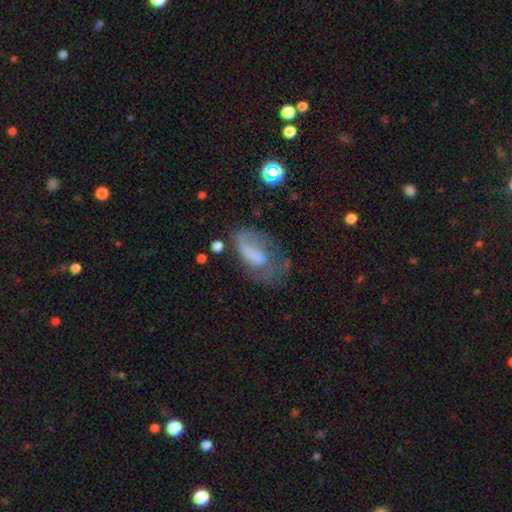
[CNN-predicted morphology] Overall: featured or disk (56%; smooth 25%). Edge-on disk: no (92%). Bar: no (44%; weak 42%). Spiral arms: yes (71%). Bulge size: small (41%; moderate 37%). Merging: none (64%).